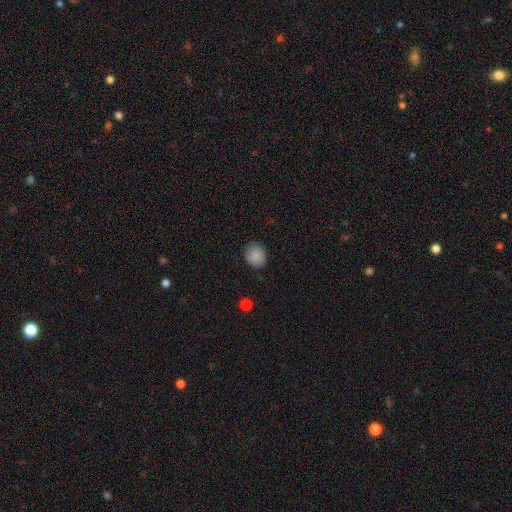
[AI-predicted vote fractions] A smooth galaxy with no disk features (88%) that is round (64%). Merging: none (84%).